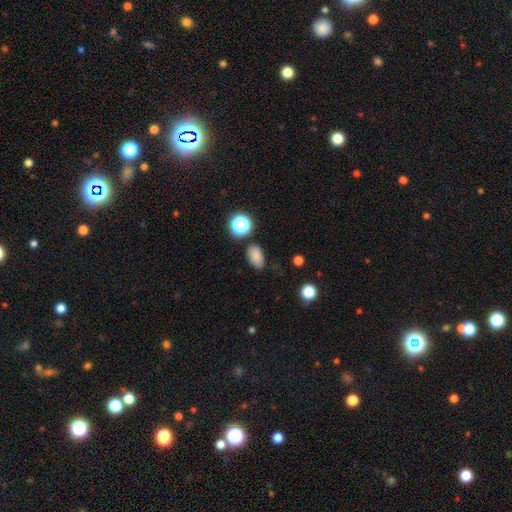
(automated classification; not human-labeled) The model was most divided on "merging": none: 75%, minor disturbance: 17%, major disturbance: 4%, merger: 4%. More confident: how rounded — in between (87%); smooth or featured — smooth (82%).